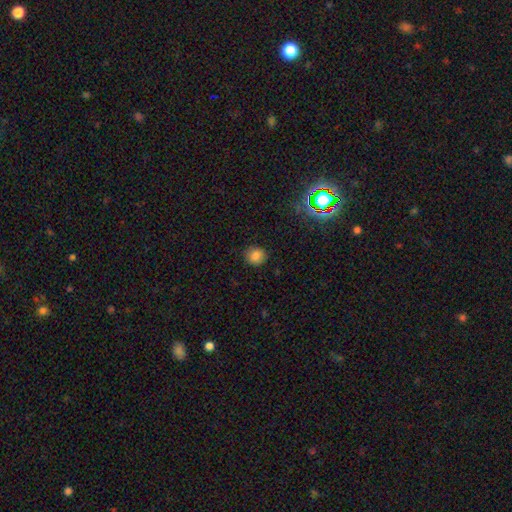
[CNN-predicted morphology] Overall: smooth (81%). How rounded: round (82%). Merging: none (88%).